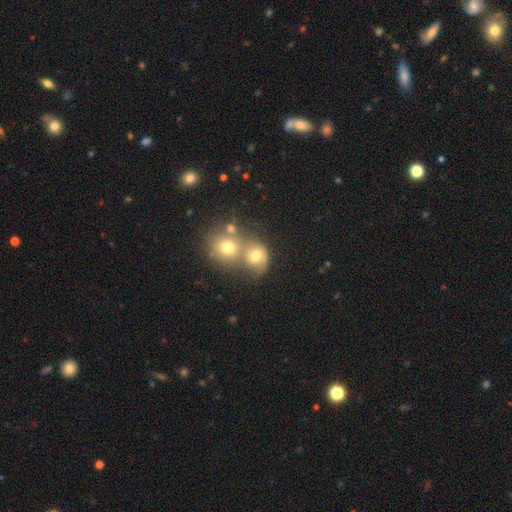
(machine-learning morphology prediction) This is likely a smooth galaxy (66%). How rounded: likely round (68%). Merging: possibly merger (52%).